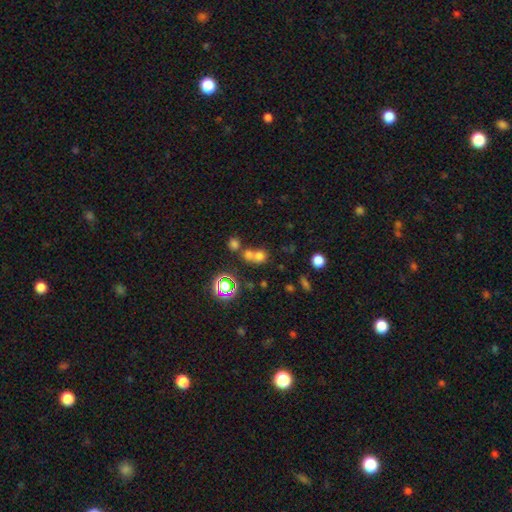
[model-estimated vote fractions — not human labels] This appears to be a smooth galaxy with no disk features (65%) that is round (78%). Merging: merger (51%).